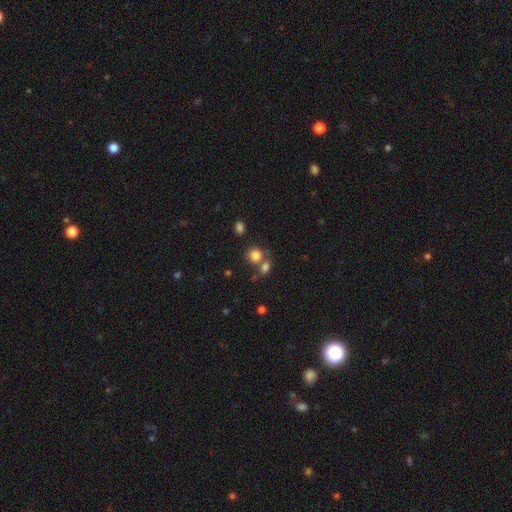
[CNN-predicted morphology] Overall: smooth (81%). How rounded: round (78%). Merging: none (51%; merger 35%).